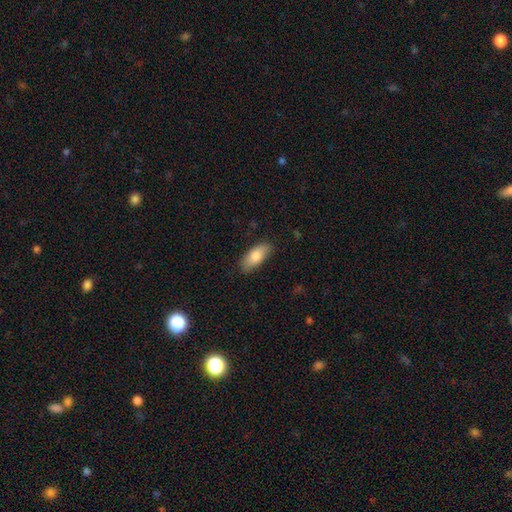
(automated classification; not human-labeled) Overall: smooth (82%). How rounded: in between (83%). Merging: none (84%).